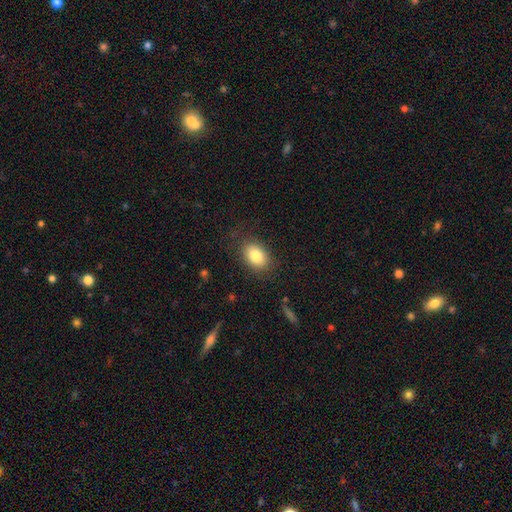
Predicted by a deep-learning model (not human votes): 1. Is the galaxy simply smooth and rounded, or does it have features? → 83% smooth, 9% featured or disk, 8% star or artifact.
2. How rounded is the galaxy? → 81% in between, 18% round, 1% cigar-shaped.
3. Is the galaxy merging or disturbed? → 81% none, 13% minor disturbance, 5% major disturbance, 1% merger.